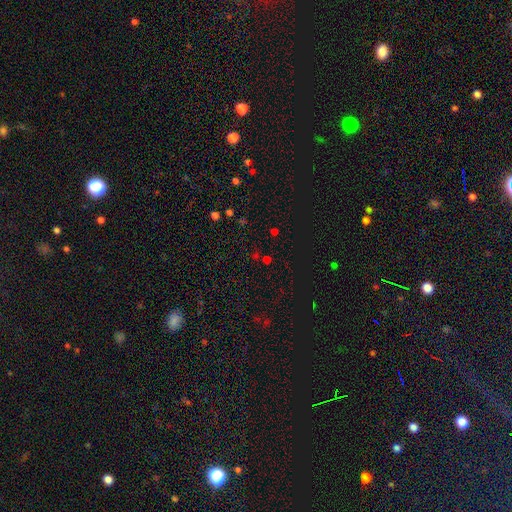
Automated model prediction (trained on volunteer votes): A star or artifact, not a galaxy (58%).

Vote fractions:
- Smooth or featured? star or artifact: 58% / smooth: 35% / featured or disk: 7%